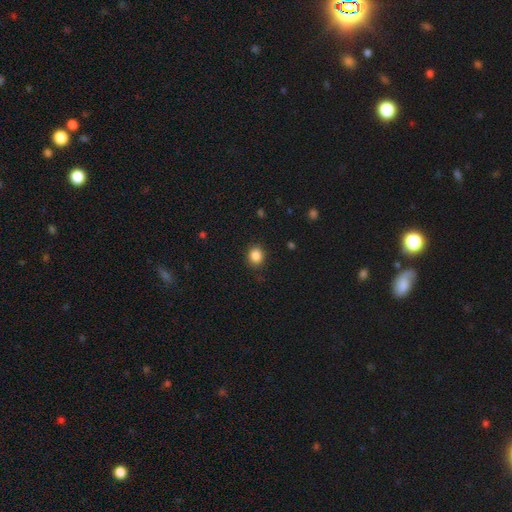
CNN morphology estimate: smooth_or_featured: smooth (p=0.86) [alt: star or artifact p=0.10]
how_rounded: round (p=0.74) [alt: in between p=0.25]
merging: none (p=0.88) [alt: minor disturbance p=0.09]